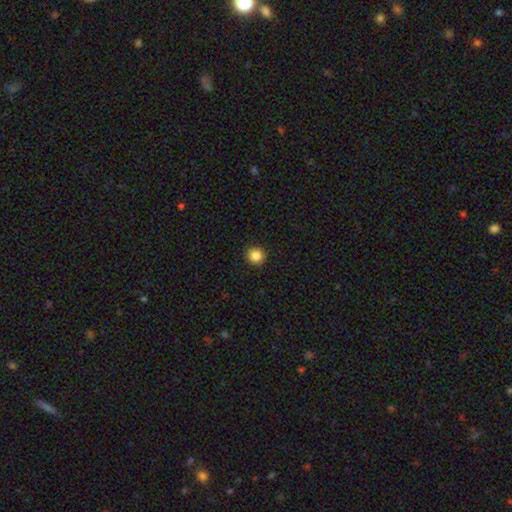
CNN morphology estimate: smooth_or_featured: smooth (p=0.85) [alt: star or artifact p=0.11]
how_rounded: round (p=0.93) [alt: in between p=0.07]
merging: none (p=0.93) [alt: minor disturbance p=0.05]